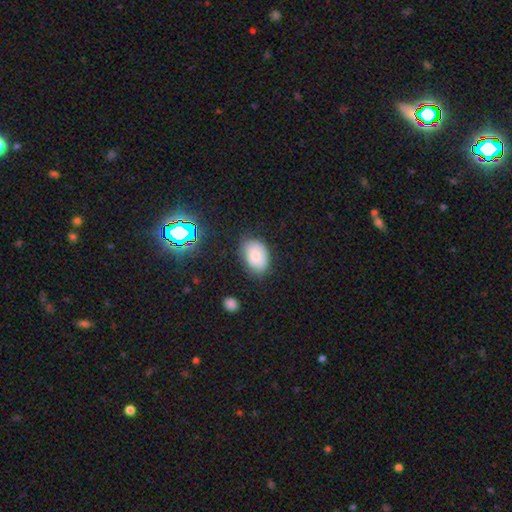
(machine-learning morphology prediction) This is likely a smooth galaxy (80%). How rounded: clearly in between (84%). Merging: likely none (67%).